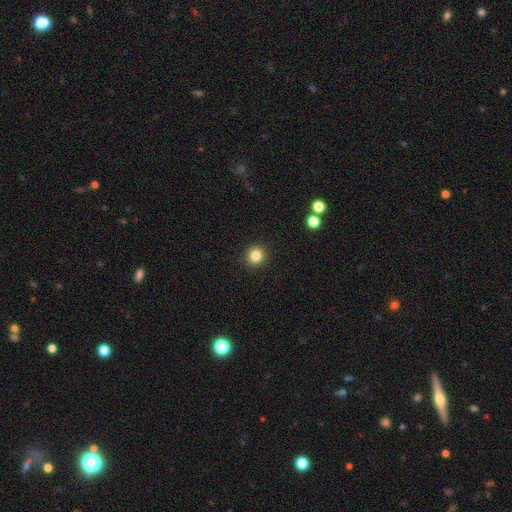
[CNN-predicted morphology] Smooth or featured?
  - smooth: 83% *
  - star or artifact: 12%
  - featured or disk: 5%
How rounded?
  - round: 92% *
  - in between: 7%
  - cigar-shaped: 1%
Merging?
  - none: 92% *
  - minor disturbance: 5%
  - major disturbance: 2%
  - merger: 1%